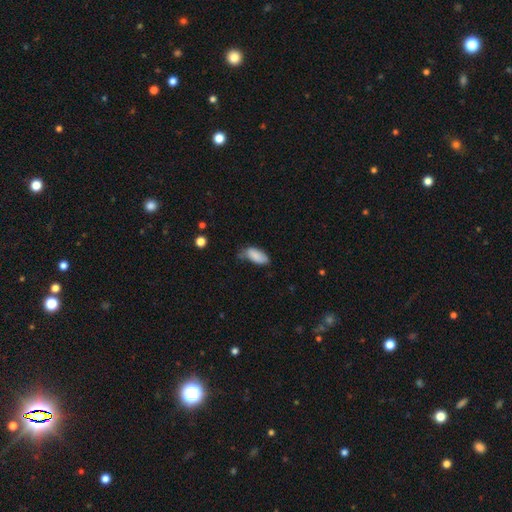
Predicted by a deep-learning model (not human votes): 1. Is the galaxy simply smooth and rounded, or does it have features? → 86% smooth, 7% star or artifact, 6% featured or disk.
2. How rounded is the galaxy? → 90% in between, 8% cigar-shaped, 2% round.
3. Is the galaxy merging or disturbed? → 52% none, 36% minor disturbance, 8% major disturbance, 4% merger.